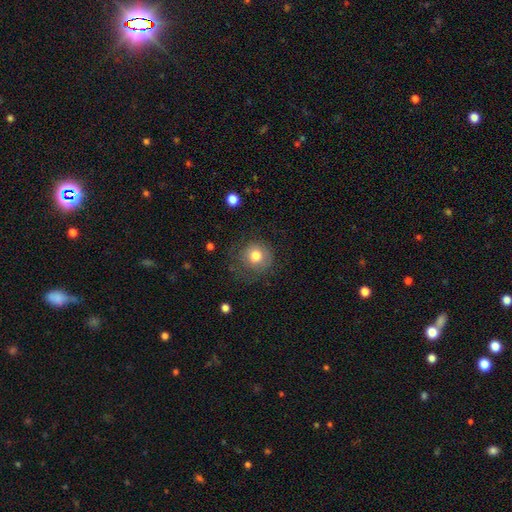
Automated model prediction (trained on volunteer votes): The model was most divided on "merging": none: 62%, minor disturbance: 21%, major disturbance: 16%, merger: 2%. More confident: how rounded — round (89%); smooth or featured — smooth (76%).